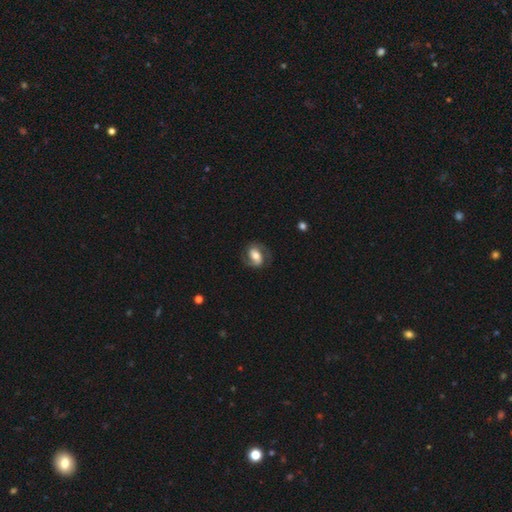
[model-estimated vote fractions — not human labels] This appears to be a featured or disk galaxy (68%) with a weak bar (36%), 2 (88%) medium (49%) spiral arms (90%) and a moderate central bulge (62%). Merging: none (74%).